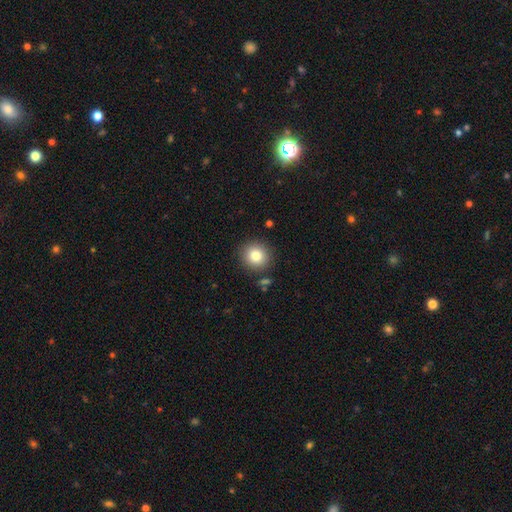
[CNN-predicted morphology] smooth_or_featured: smooth (p=0.82) [alt: star or artifact p=0.10]
how_rounded: round (p=0.90) [alt: in between p=0.09]
merging: none (p=0.87) [alt: minor disturbance p=0.07]